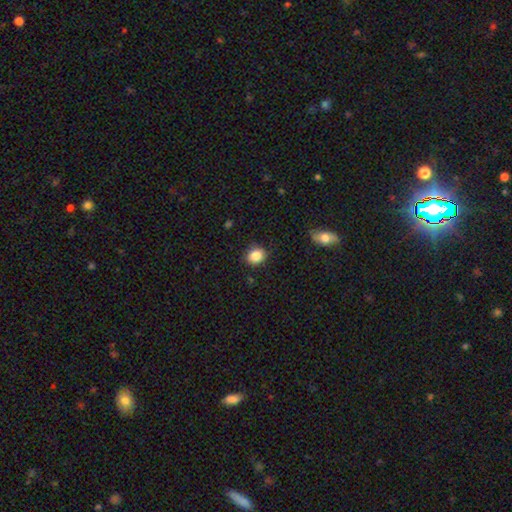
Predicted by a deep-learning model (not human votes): A smooth galaxy with no disk features (86%) that is round (67%).

Vote fractions:
- Smooth or featured? smooth: 86% / star or artifact: 10% / featured or disk: 5%
- How rounded? round: 67% / in between: 32% / cigar-shaped: 1%
- Merging? none: 84% / minor disturbance: 12% / major disturbance: 3% / merger: 1%